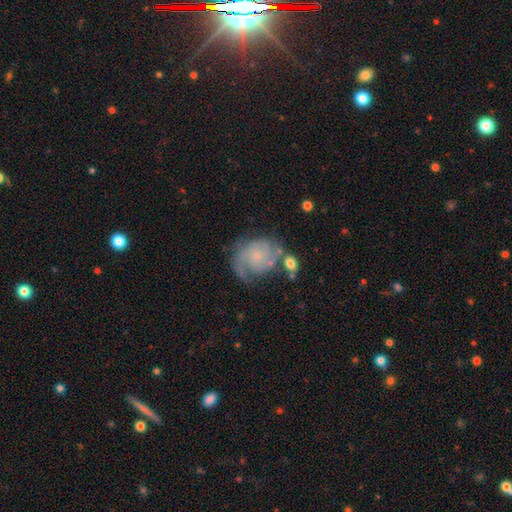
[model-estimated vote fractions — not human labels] A featured or disk galaxy (78%) with no bar (73%), 2 (52%) tight (42%) spiral arms (94%) and a small central bulge (71%). Merging: none (53%).